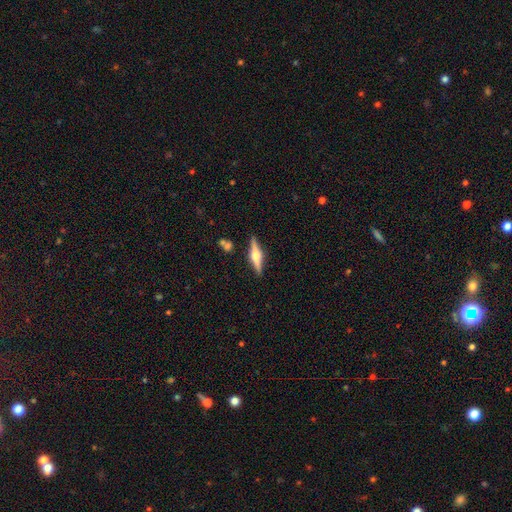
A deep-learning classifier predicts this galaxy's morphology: A featured or disk galaxy (73%) viewed edge-on (97%) with a rounded central bulge (91%). Merging: none (88%).